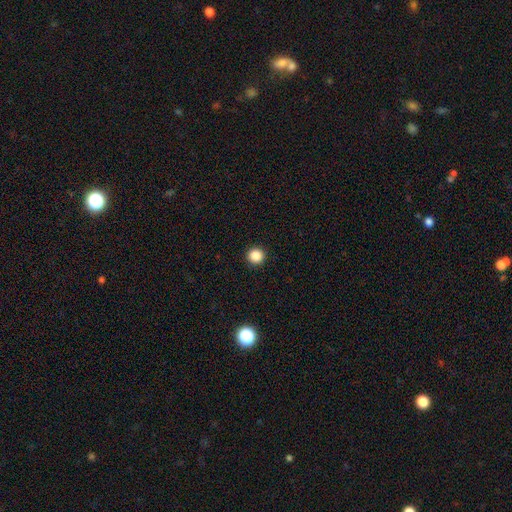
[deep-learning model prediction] smooth 87%, star or artifact 10%, featured or disk 3%. Down the decision tree: how rounded — round (96%); merging — none (94%).